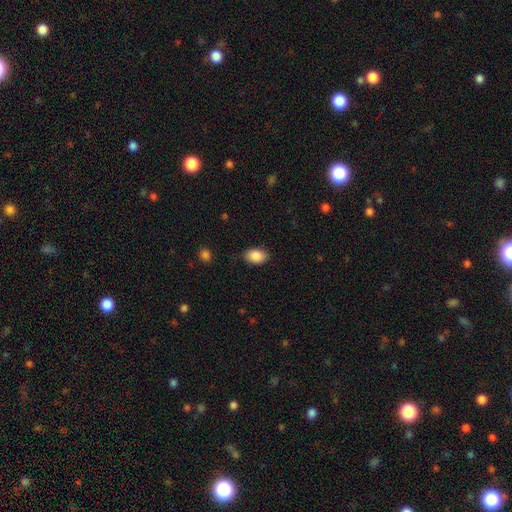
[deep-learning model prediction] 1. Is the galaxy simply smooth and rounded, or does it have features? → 88% smooth, 7% star or artifact, 5% featured or disk.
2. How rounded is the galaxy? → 87% in between, 12% round, 1% cigar-shaped.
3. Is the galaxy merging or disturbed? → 84% none, 12% minor disturbance, 3% major disturbance, 1% merger.